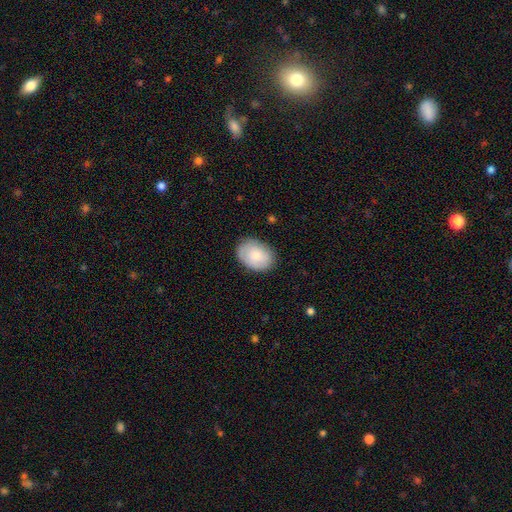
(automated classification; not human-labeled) Smooth or featured: smooth — 78% (featured or disk — 17%)
How rounded: in between — 76% (round — 23%)
Merging: none — 83% (minor disturbance — 13%)